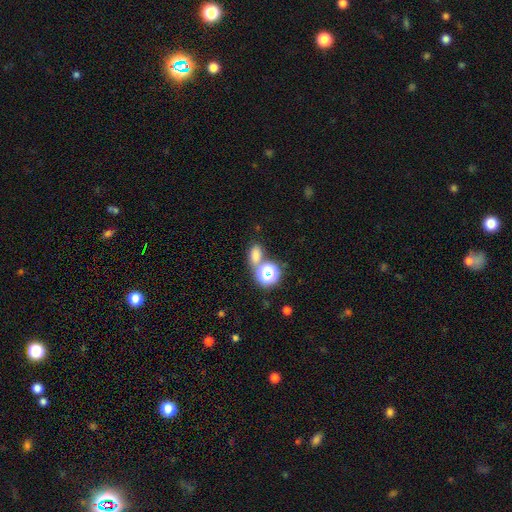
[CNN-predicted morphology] smooth-or-featured: smooth: 70% | star or artifact: 23% | featured or disk: 7%
  how-rounded: in between: 68% | round: 29% | cigar-shaped: 2%
  merging: none: 59% | merger: 27% | minor disturbance: 10% | major disturbance: 4%